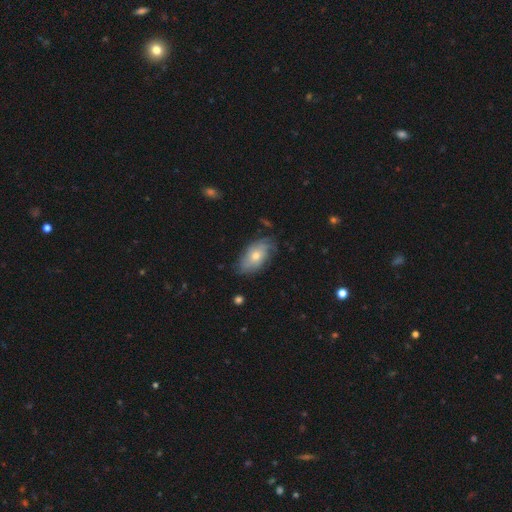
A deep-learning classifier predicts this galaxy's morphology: smooth_or_featured: featured or disk (p=0.47) [alt: smooth p=0.45]
merging: none (p=0.71) [alt: minor disturbance p=0.22]